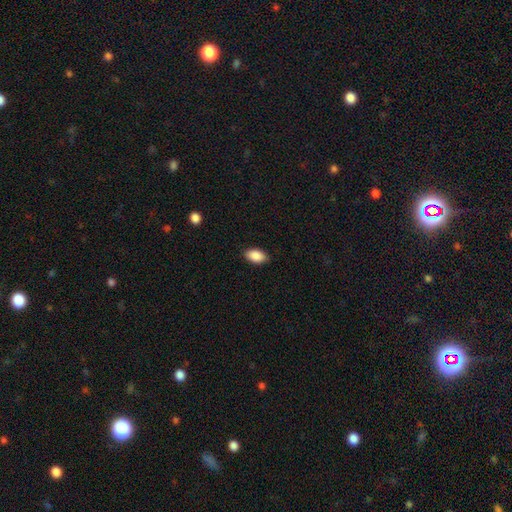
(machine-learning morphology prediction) A smooth galaxy with no disk features (90%) that is in between round and cigar-shaped (93%).

Vote fractions:
- Smooth or featured? smooth: 90% / star or artifact: 7% / featured or disk: 4%
- How rounded? in between: 93% / round: 5% / cigar-shaped: 2%
- Merging? none: 88% / minor disturbance: 9% / major disturbance: 2% / merger: 1%